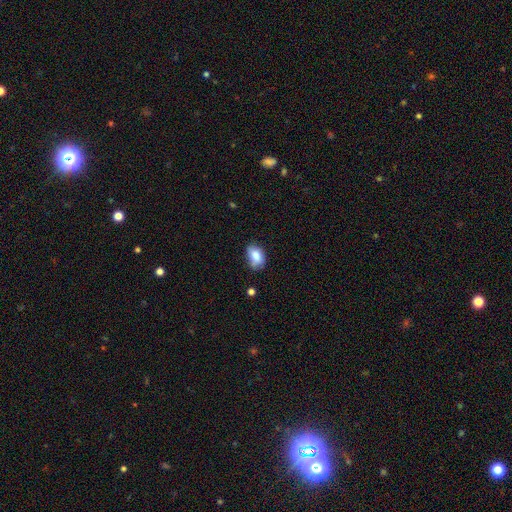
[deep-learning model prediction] smooth 81%, featured or disk 11%, star or artifact 8%. Down the decision tree: how rounded — in between (82%); merging — none (58%).